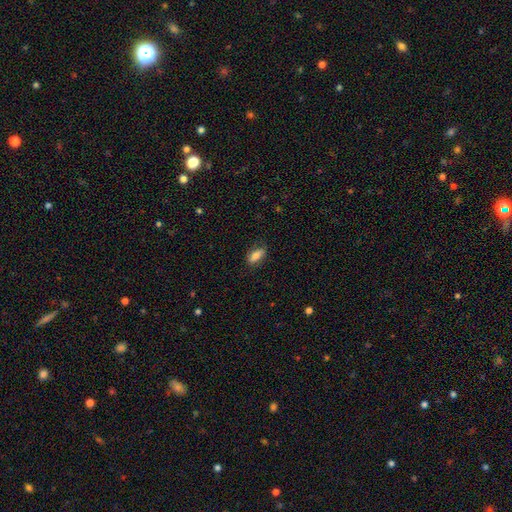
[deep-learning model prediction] Smooth or featured? Predicted: smooth (p=0.75). How rounded? Predicted: in between (p=0.80). Merging? Predicted: none (p=0.73).